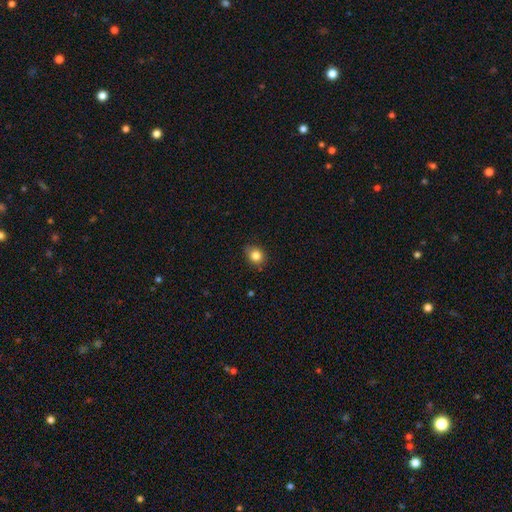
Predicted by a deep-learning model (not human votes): Q: Smooth or featured?
A: smooth (84%); runner-up: star or artifact (10%)
Q: How rounded?
A: round (64%); runner-up: in between (35%)
Q: Merging?
A: none (78%); runner-up: minor disturbance (18%)